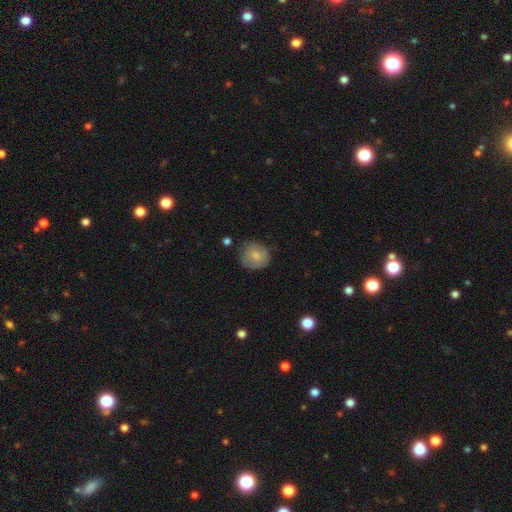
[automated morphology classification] Smooth or featured? smooth (77%)
How rounded? round (86%)
Merging? none (75%)